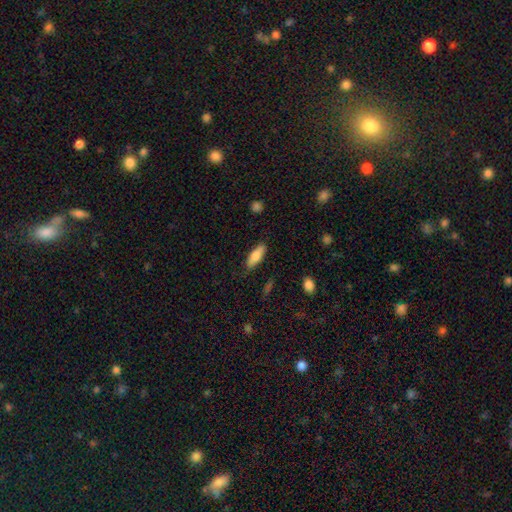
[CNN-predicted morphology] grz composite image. It shows a smooth galaxy with no disk features (79%) that is in between round and cigar-shaped (60%). Merging: none (83%).